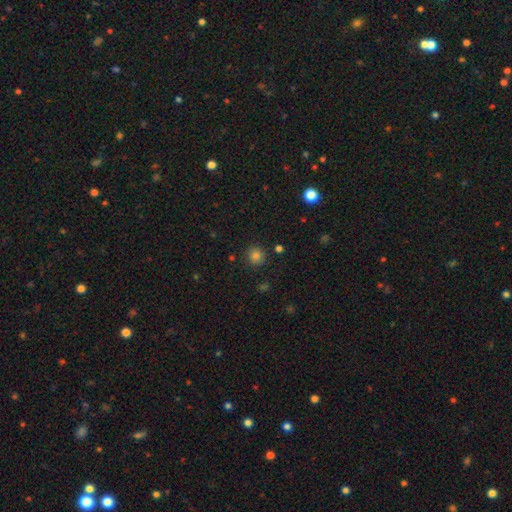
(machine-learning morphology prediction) This appears to be a smooth galaxy with no disk features (80%) that is round (93%). Merging: none (89%).